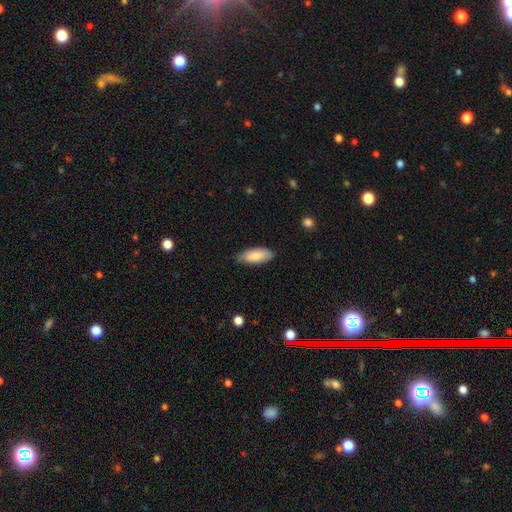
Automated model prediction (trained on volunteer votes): Smooth or featured? smooth (81%)
How rounded? in between (85%)
Merging? none (78%)